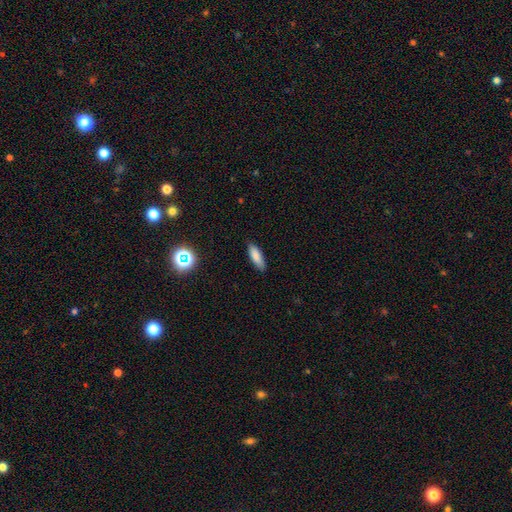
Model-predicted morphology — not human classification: smooth 84%, featured or disk 8%, star or artifact 8%. Down the decision tree: how rounded — in between (55%); merging — none (86%).